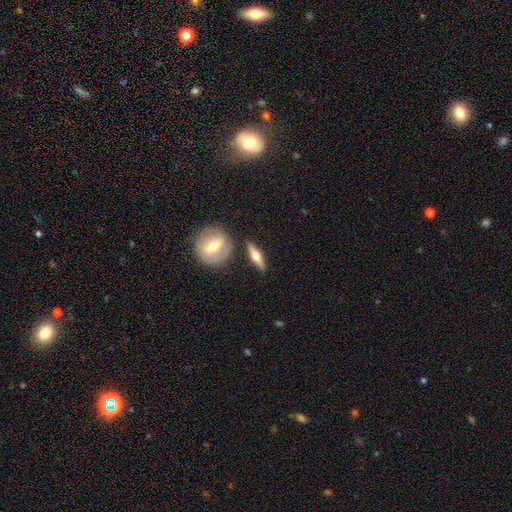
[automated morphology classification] Smooth or featured: featured or disk — 58% (smooth — 36%)
Edge-on disk: yes — 92% (no — 8%)
Edge-on bulge: rounded — 94% (boxy — 3%)
Merging: none — 83% (minor disturbance — 9%)